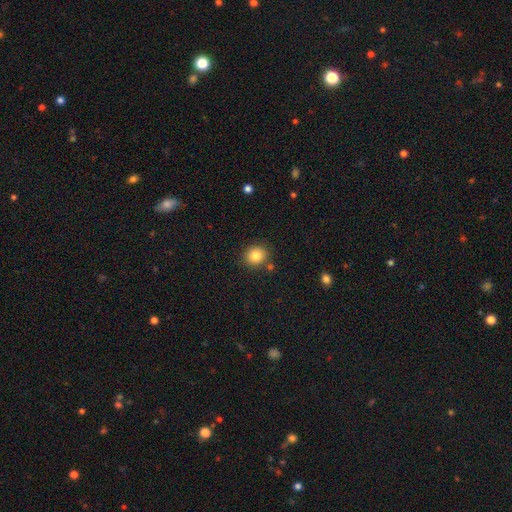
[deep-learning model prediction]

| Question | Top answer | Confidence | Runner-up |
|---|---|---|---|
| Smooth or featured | smooth | 83% | star or artifact (11%) |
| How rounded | round | 75% | in between (24%) |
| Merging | none | 83% | minor disturbance (9%) |